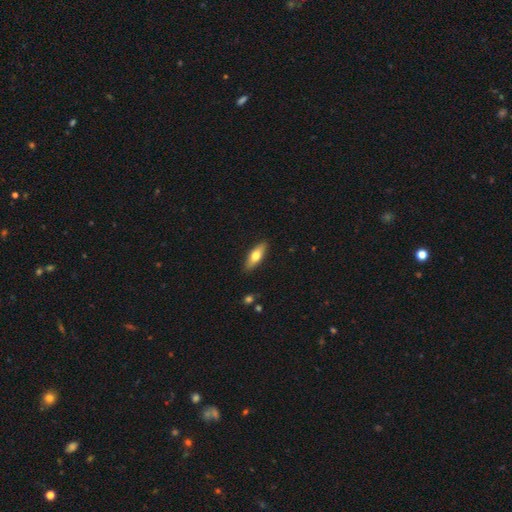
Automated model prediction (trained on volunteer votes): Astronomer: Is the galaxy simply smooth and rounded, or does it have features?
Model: smooth — 69%.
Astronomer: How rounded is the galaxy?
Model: in between — 61% (runner-up: cigar-shaped, 37%).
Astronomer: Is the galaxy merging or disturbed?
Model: none — 88%.